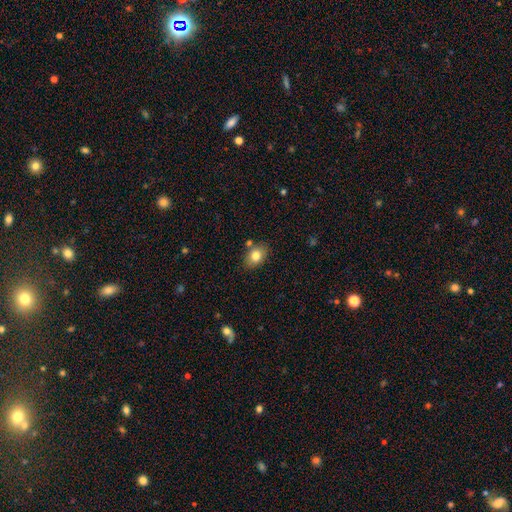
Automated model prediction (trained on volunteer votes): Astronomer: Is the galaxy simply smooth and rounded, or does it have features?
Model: smooth — 80%.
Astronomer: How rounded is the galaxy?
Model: in between — 73%.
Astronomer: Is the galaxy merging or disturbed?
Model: none — 77%.